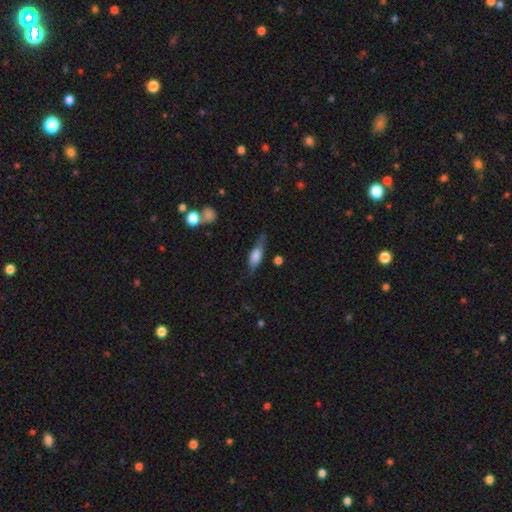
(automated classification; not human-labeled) Smooth or featured: smooth — 59% (featured or disk — 34%)
How rounded: in between — 59% (cigar-shaped — 37%)
Merging: none — 62% (minor disturbance — 26%)